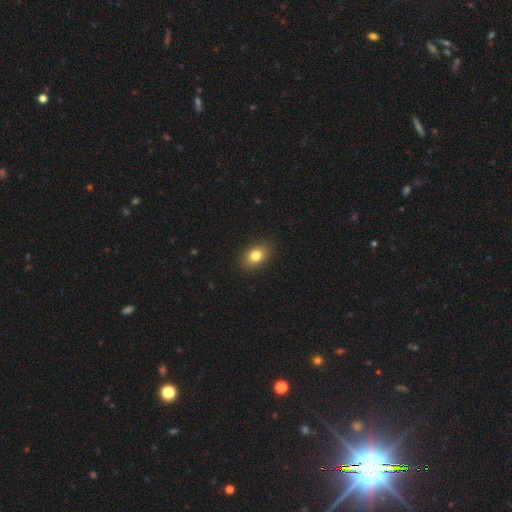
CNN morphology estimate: A smooth galaxy with no disk features (82%) that is in between round and cigar-shaped (77%).

Vote fractions:
- Smooth or featured? smooth: 82% / star or artifact: 10% / featured or disk: 8%
- How rounded? in between: 77% / round: 21% / cigar-shaped: 1%
- Merging? none: 89% / minor disturbance: 8% / major disturbance: 2% / merger: 1%